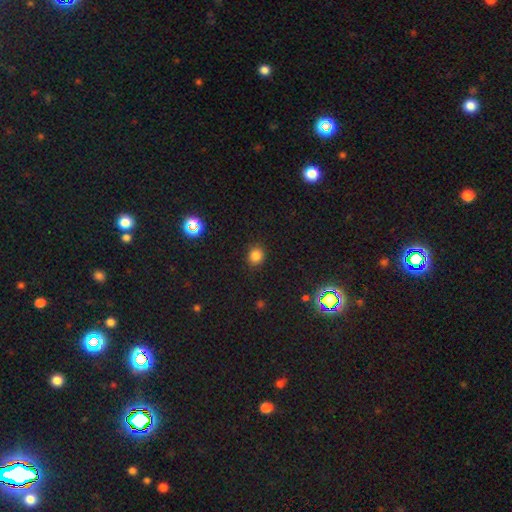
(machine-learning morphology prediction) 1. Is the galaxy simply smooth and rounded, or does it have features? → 81% smooth, 15% star or artifact, 4% featured or disk.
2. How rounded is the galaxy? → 83% round, 16% in between, 1% cigar-shaped.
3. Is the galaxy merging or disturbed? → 90% none, 7% minor disturbance, 2% major disturbance, 1% merger.